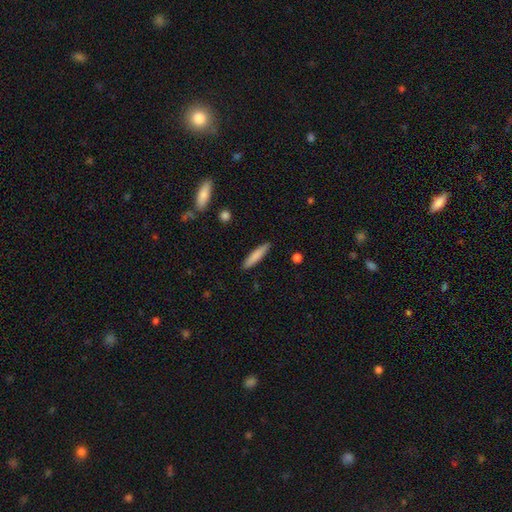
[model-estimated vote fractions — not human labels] Morphology: type=smooth (81%); roundness=cigar-shaped (87%); merging=none (90%).